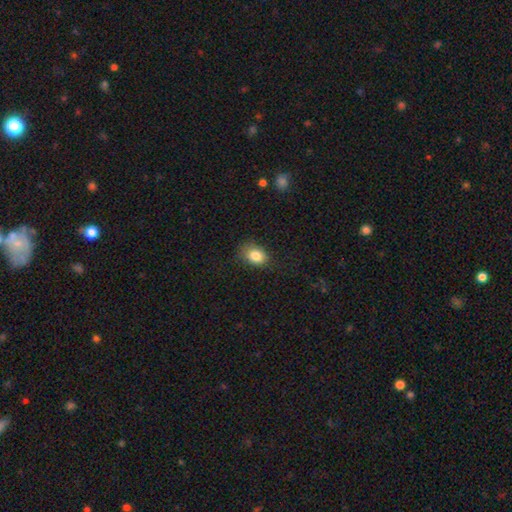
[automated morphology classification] Smooth or featured? Predicted: smooth (p=0.83). How rounded? Predicted: in between (p=0.64). Merging? Predicted: none (p=0.76).